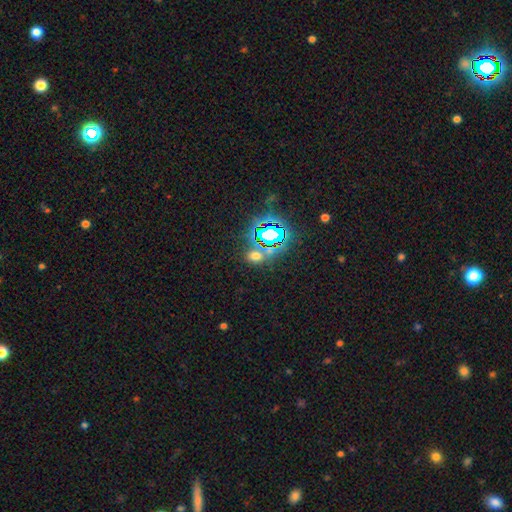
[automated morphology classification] Smooth or featured: star or artifact — 47% (smooth — 46%)